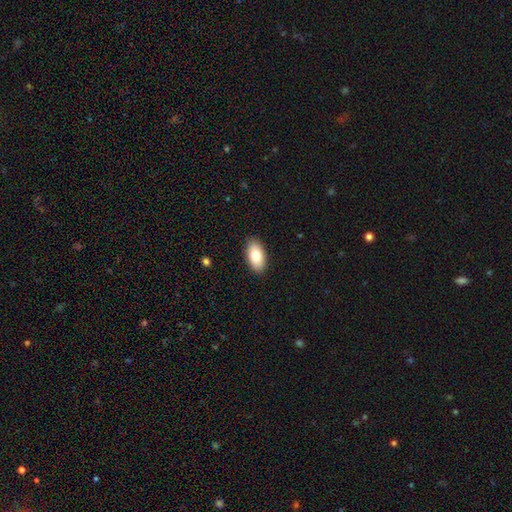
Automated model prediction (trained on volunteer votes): Smooth or featured?
  - smooth: 81% *
  - featured or disk: 13%
  - star or artifact: 6%
How rounded?
  - in between: 94% *
  - cigar-shaped: 4%
  - round: 3%
Merging?
  - none: 89% *
  - minor disturbance: 8%
  - major disturbance: 2%
  - merger: 1%